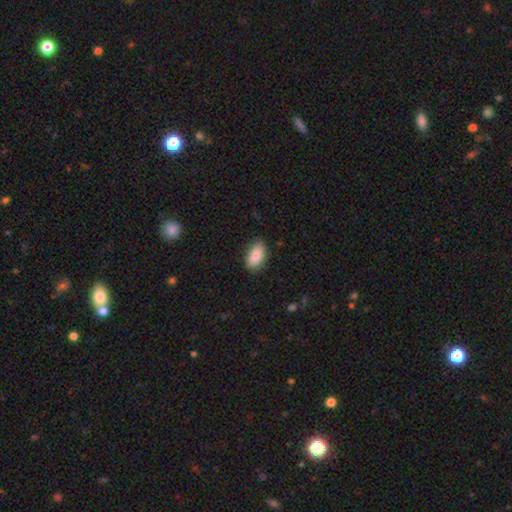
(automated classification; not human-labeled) The model was most divided on "merging": none: 81%, minor disturbance: 15%, major disturbance: 3%, merger: 1%. More confident: how rounded — in between (92%); smooth or featured — smooth (86%).